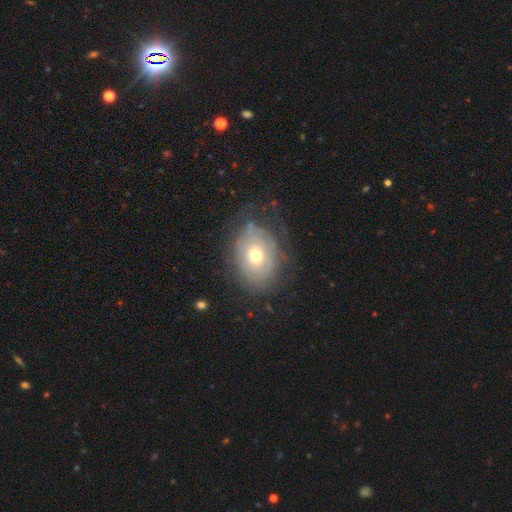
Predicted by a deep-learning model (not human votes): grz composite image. It shows a featured or disk galaxy (52%). Merging: none (65%).